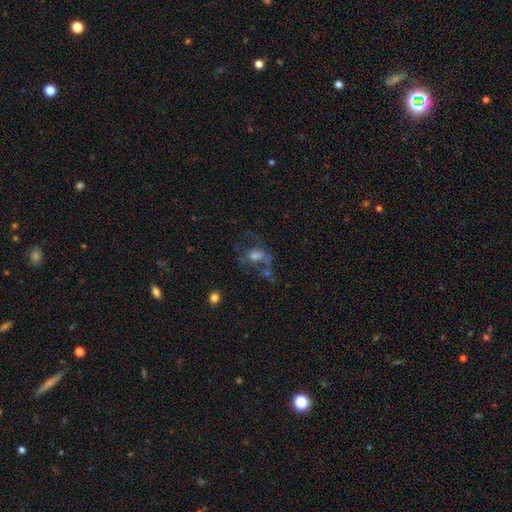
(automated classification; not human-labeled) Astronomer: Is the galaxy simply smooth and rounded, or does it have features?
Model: featured or disk — 50% (runner-up: smooth, 27%).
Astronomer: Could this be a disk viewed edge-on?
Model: no — 95%.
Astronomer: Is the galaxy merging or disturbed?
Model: none — 36% (runner-up: major disturbance, 32%).